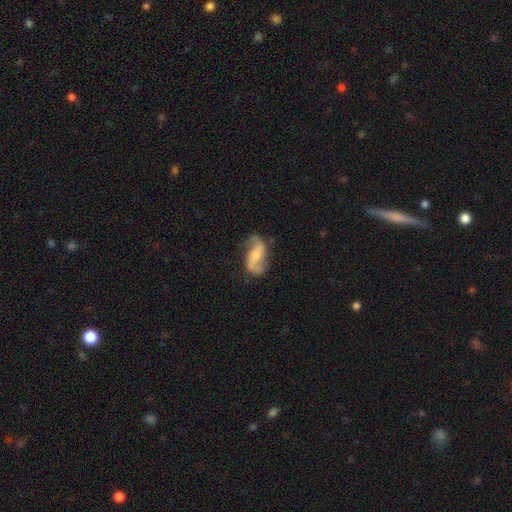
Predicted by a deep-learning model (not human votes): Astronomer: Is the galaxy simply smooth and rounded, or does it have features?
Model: featured or disk — 77%.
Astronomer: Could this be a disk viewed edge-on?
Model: no — 96%.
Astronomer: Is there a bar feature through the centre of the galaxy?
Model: no — 43% (runner-up: weak, 40%).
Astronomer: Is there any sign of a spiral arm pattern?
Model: yes — 93%.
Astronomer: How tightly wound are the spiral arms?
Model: loose — 68%.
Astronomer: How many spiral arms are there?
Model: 2 — 91%.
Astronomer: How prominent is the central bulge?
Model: small — 42% (runner-up: moderate, 40%).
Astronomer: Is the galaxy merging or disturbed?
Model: none — 69%.